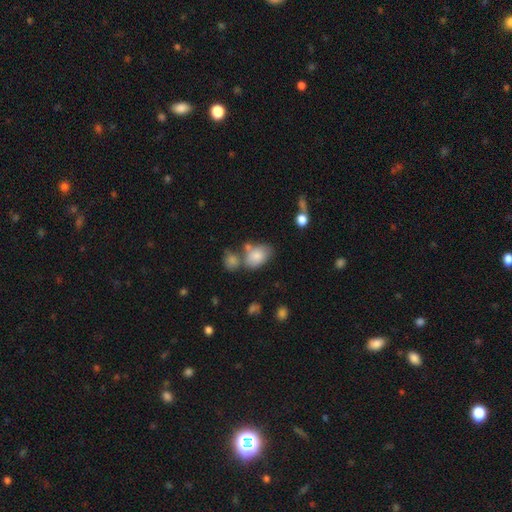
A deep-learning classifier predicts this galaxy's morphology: Smooth or featured: smooth — 82% (featured or disk — 10%)
How rounded: in between — 85% (round — 14%)
Merging: none — 44% (merger — 30%)